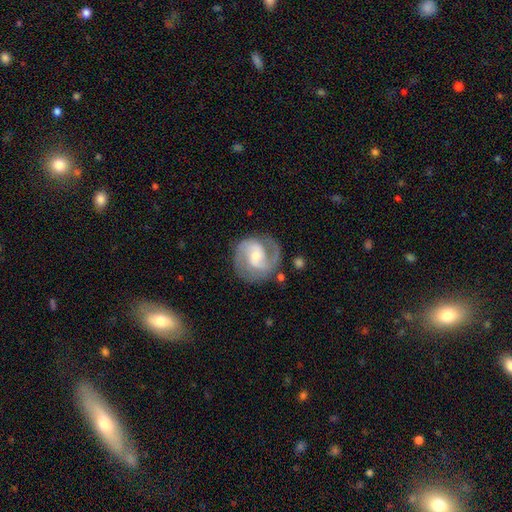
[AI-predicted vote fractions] featured or disk 85%, smooth 10%, star or artifact 5%. Down the decision tree: edge-on disk — no (98%); bar — weak (48%); spiral arms — yes (96%); spiral arm count — 2 (86%); spiral winding — medium (55%); bulge size — moderate (46%); merging — none (76%).